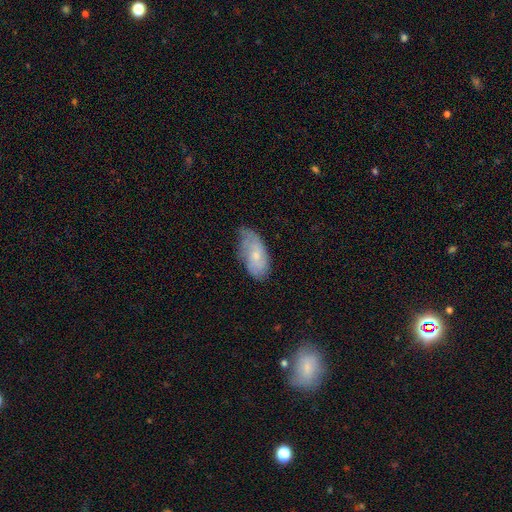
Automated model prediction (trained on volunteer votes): Smooth or featured: smooth — 51% (featured or disk — 42%)
How rounded: in between — 90% (cigar-shaped — 7%)
Merging: none — 51% (minor disturbance — 37%)